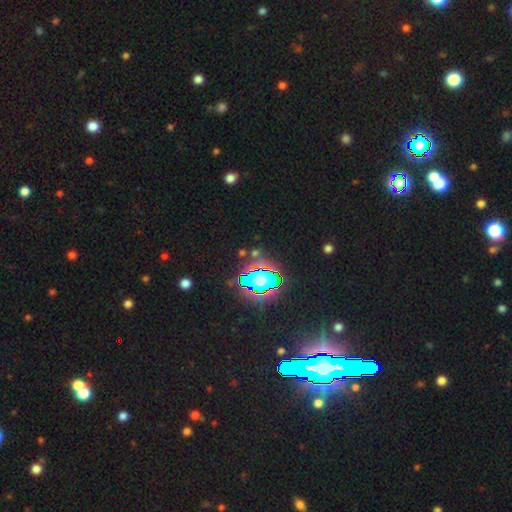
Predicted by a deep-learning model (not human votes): Morphology: type=star or artifact (71%).